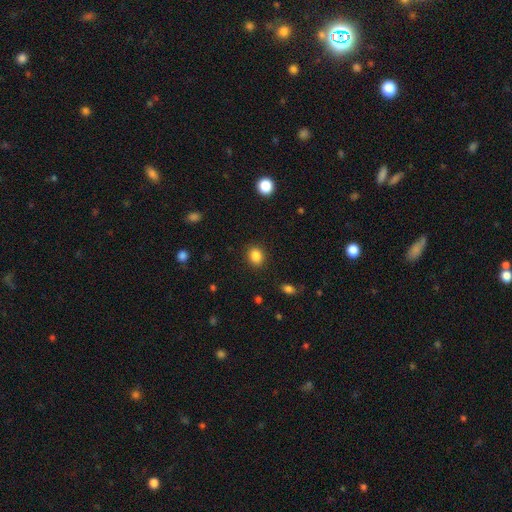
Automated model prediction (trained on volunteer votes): Q: Smooth or featured?
A: smooth (86%); runner-up: star or artifact (10%)
Q: How rounded?
A: round (65%); runner-up: in between (35%)
Q: Merging?
A: none (89%); runner-up: minor disturbance (7%)